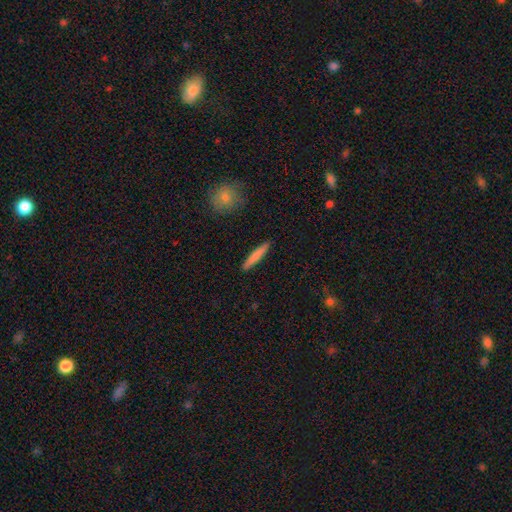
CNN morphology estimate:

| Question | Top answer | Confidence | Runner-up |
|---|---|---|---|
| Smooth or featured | smooth | 75% | featured or disk (19%) |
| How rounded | cigar-shaped | 94% | in between (4%) |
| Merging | none | 92% | minor disturbance (6%) |